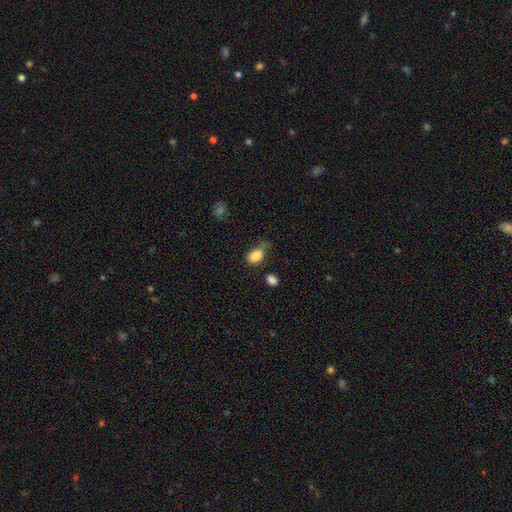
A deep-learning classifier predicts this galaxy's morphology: The model was most divided on "merging": none: 49%, minor disturbance: 33%, major disturbance: 12%, merger: 6%. More confident: how rounded — in between (87%); smooth or featured — smooth (86%).